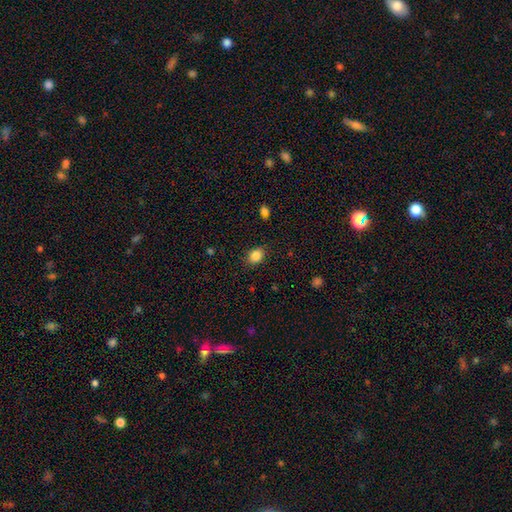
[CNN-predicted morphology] Smooth or featured?
  - smooth: 85% *
  - star or artifact: 10%
  - featured or disk: 5%
How rounded?
  - in between: 55% *
  - round: 44%
  - cigar-shaped: 1%
Merging?
  - none: 84% *
  - minor disturbance: 12%
  - major disturbance: 3%
  - merger: 1%